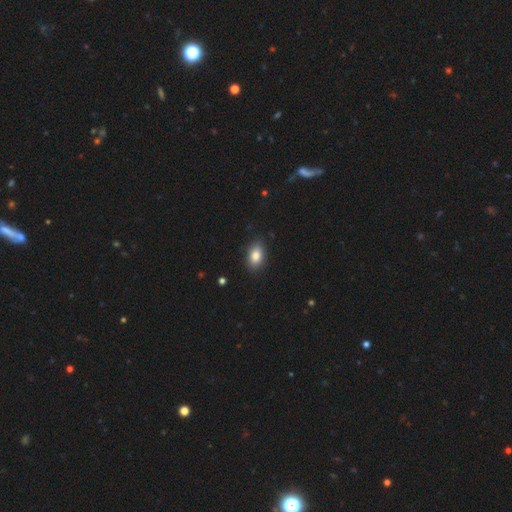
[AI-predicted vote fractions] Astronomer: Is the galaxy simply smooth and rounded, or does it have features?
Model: smooth — 84%.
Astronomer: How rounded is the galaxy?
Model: in between — 87%.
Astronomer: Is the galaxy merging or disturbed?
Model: none — 86%.